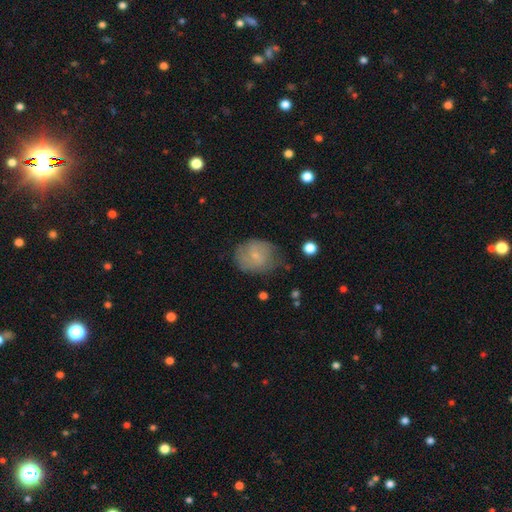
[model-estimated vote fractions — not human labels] This is possibly a smooth galaxy (59%). How rounded: likely round (62%). Merging: possibly none (60%).